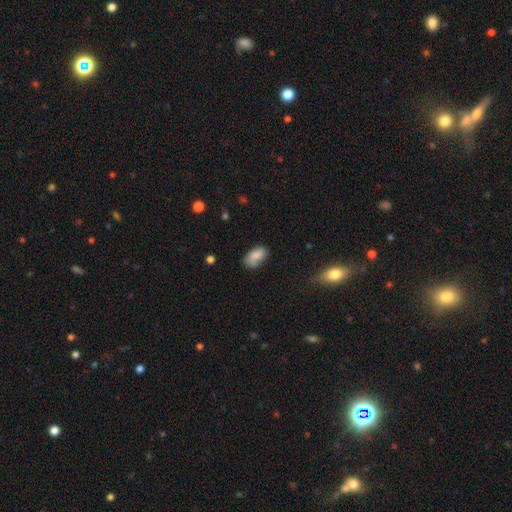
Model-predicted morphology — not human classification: This appears to be a smooth galaxy with no disk features (81%) that is in between round and cigar-shaped (92%). Merging: none (60%).